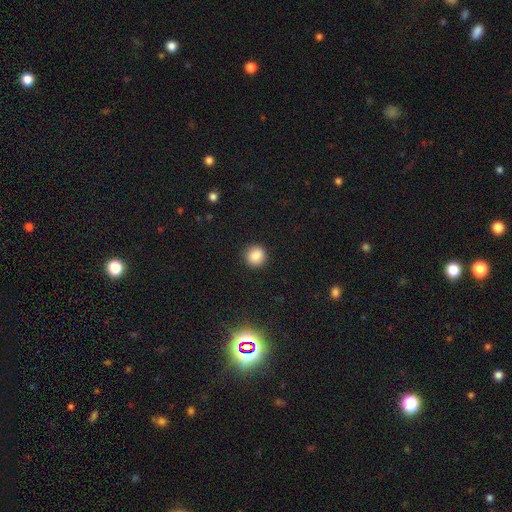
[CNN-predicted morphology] Q: Smooth or featured?
A: smooth (87%); runner-up: star or artifact (10%)
Q: How rounded?
A: round (92%); runner-up: in between (7%)
Q: Merging?
A: none (91%); runner-up: minor disturbance (6%)